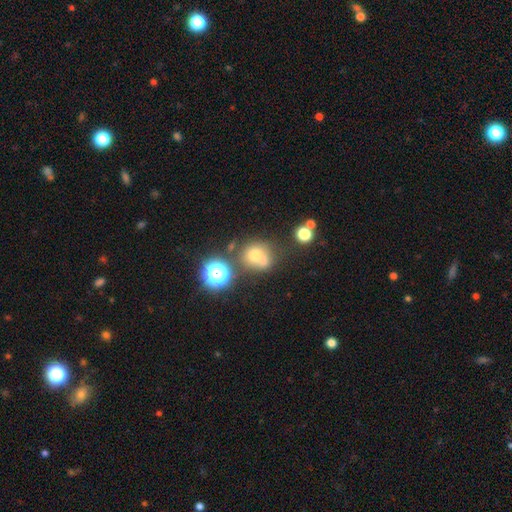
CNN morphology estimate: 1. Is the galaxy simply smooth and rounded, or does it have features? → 63% smooth, 21% star or artifact, 16% featured or disk.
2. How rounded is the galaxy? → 80% round, 19% in between, 1% cigar-shaped.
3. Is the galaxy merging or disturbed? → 45% none, 35% merger, 13% minor disturbance, 7% major disturbance.